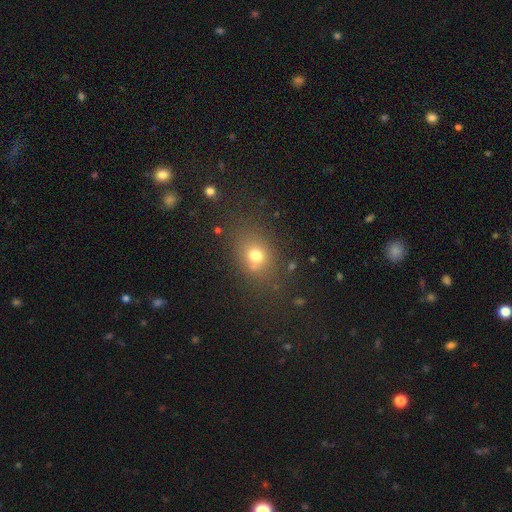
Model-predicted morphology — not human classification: This is likely a smooth galaxy (72%). How rounded: possibly in between (53%). Merging: likely none (73%).